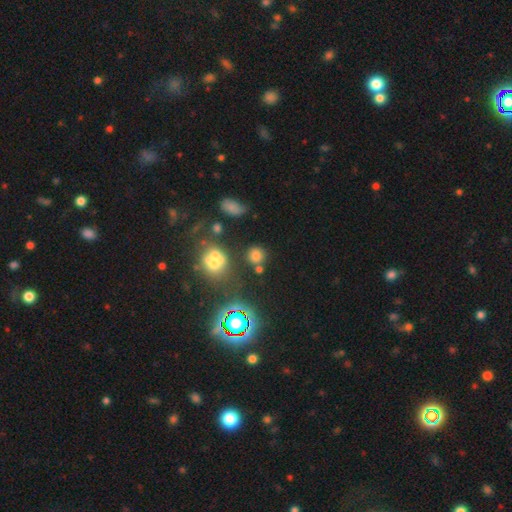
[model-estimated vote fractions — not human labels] The model was most divided on "smooth or featured": smooth: 67%, star or artifact: 23%, featured or disk: 9%. More confident: how rounded — round (86%); merging — none (72%).